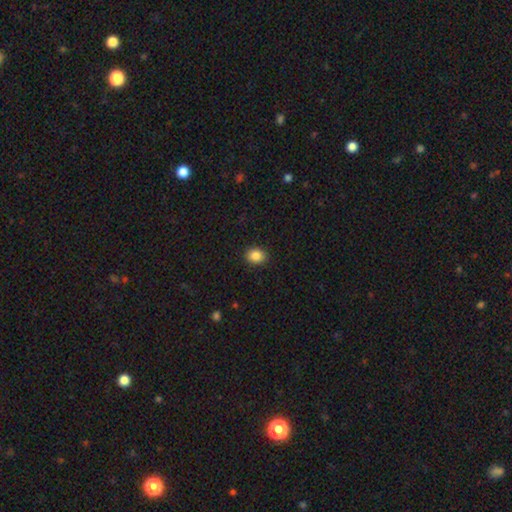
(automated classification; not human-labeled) Smooth or featured? smooth (87%)
How rounded? round (52%)
Merging? none (90%)